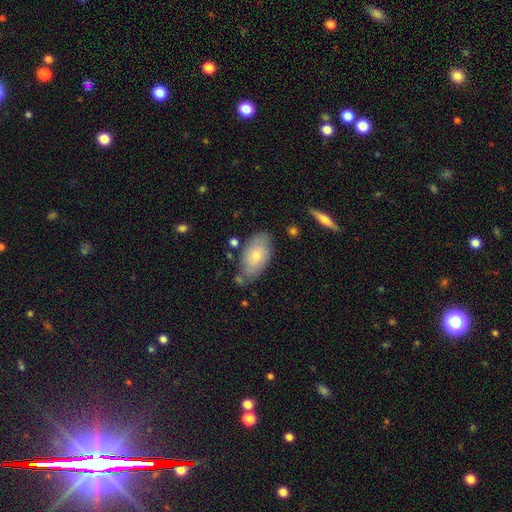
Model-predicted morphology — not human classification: smooth_or_featured: smooth (p=0.68) [alt: featured or disk p=0.26]
how_rounded: in between (p=0.93) [alt: round p=0.04]
merging: none (p=0.68) [alt: minor disturbance p=0.22]